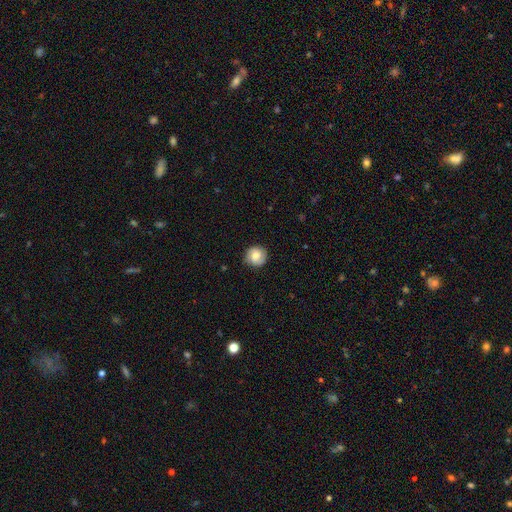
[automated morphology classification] smooth-or-featured: smooth: 69% | featured or disk: 22% | star or artifact: 8%
  how-rounded: round: 90% | in between: 9% | cigar-shaped: 1%
  merging: none: 81% | minor disturbance: 14% | major disturbance: 3% | merger: 1%